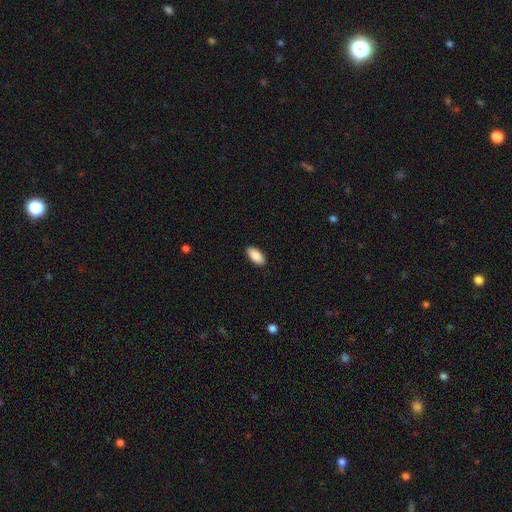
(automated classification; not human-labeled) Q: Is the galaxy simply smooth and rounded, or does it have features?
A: smooth — 90%.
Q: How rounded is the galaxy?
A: in between — 94%.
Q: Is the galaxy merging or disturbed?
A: none — 90%.